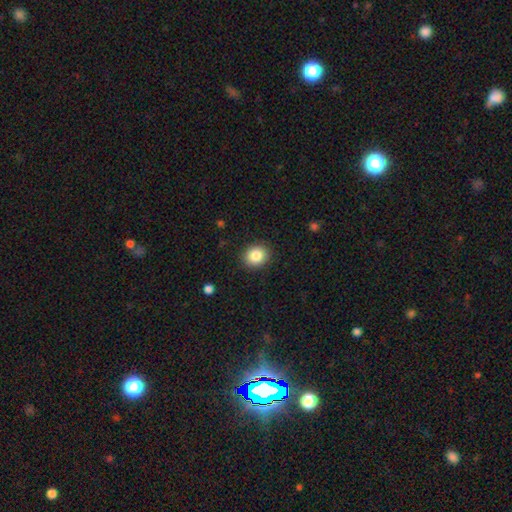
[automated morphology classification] Smooth or featured?
  - smooth: 86% *
  - star or artifact: 9%
  - featured or disk: 6%
How rounded?
  - round: 66% *
  - in between: 33%
  - cigar-shaped: 1%
Merging?
  - none: 90% *
  - minor disturbance: 7%
  - major disturbance: 2%
  - merger: 1%